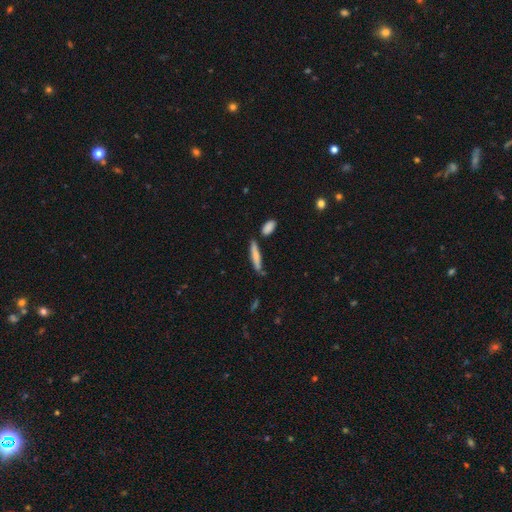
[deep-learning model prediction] Smooth or featured? Predicted: smooth (p=0.69). How rounded? Predicted: cigar-shaped (p=0.87). Merging? Predicted: none (p=0.76).